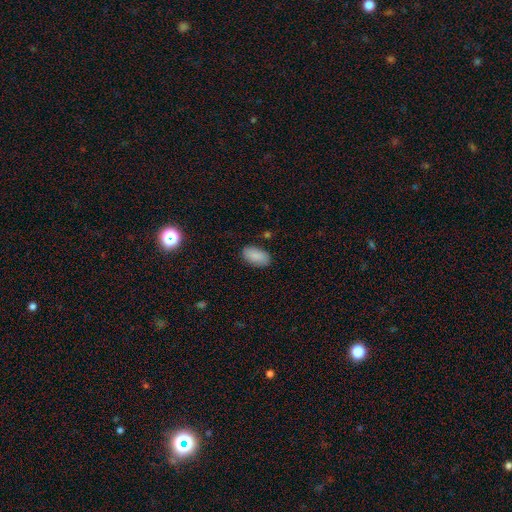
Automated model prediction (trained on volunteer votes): A smooth galaxy with no disk features (88%) that is in between round and cigar-shaped (95%).

Vote fractions:
- Smooth or featured? smooth: 88% / star or artifact: 7% / featured or disk: 5%
- How rounded? in between: 95% / round: 3% / cigar-shaped: 2%
- Merging? none: 86% / minor disturbance: 10% / major disturbance: 2% / merger: 1%